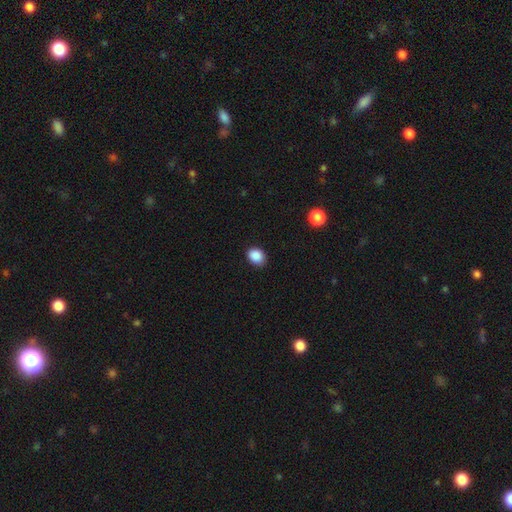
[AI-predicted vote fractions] The model was most divided on "how rounded": in between: 57%, round: 42%, cigar-shaped: 1%. More confident: smooth or featured — smooth (88%); merging — none (84%).